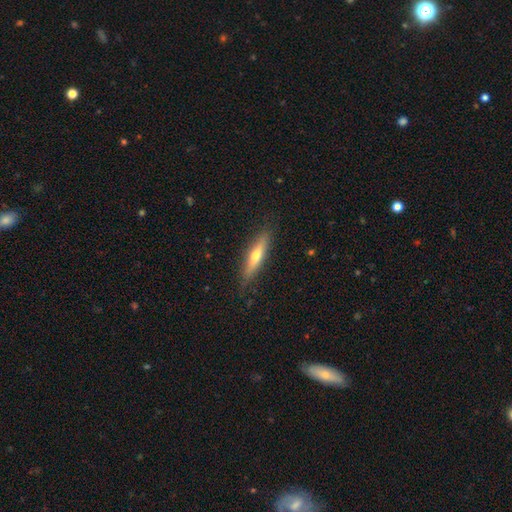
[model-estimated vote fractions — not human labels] smooth-or-featured: smooth: 48% | featured or disk: 46% | star or artifact: 6%
  merging: none: 86% | minor disturbance: 11% | major disturbance: 2% | merger: 1%